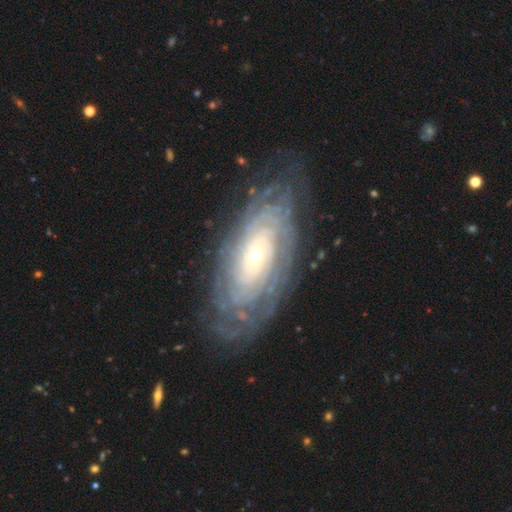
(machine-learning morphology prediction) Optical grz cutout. It shows a featured or disk galaxy (84%) with no bar (75%), tight (84%) spiral arms (94%) and a small central bulge (66%). Merging: none (78%).